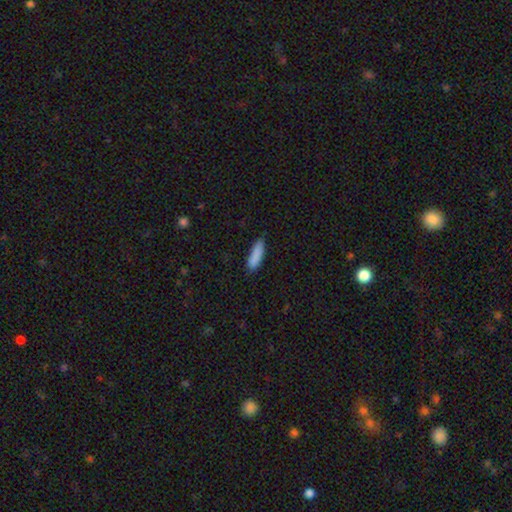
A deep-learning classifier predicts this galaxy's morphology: Q: Smooth or featured?
A: smooth (87%); runner-up: star or artifact (7%)
Q: How rounded?
A: cigar-shaped (58%); runner-up: in between (41%)
Q: Merging?
A: none (75%); runner-up: minor disturbance (21%)